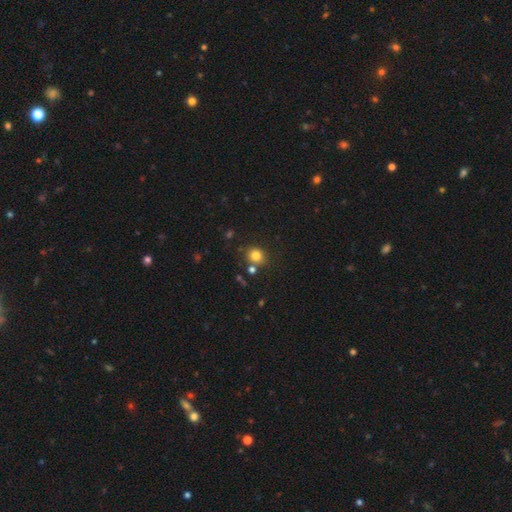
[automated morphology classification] smooth 82%, star or artifact 12%, featured or disk 6%. Down the decision tree: how rounded — round (80%); merging — none (77%).